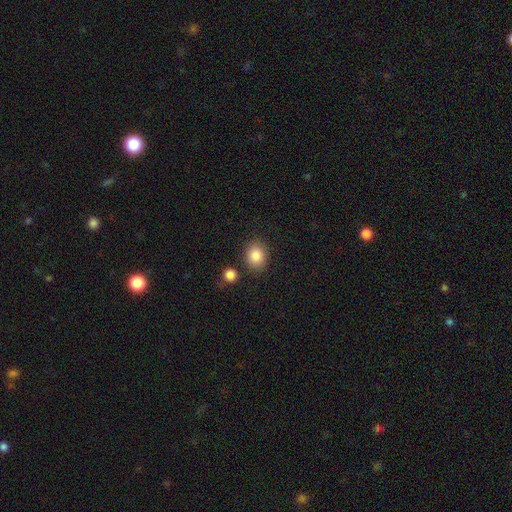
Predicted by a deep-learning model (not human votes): This appears to be a smooth galaxy with no disk features (86%) that is round (58%). Merging: none (80%).